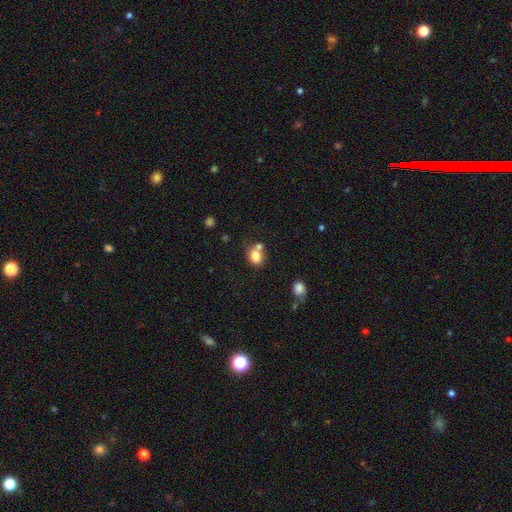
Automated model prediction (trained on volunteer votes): This is likely a smooth galaxy (79%). How rounded: likely round (66%). Merging: possibly none (51%).